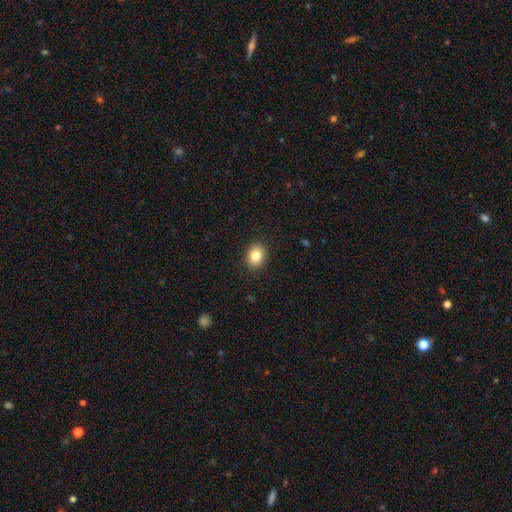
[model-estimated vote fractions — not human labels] This appears to be a smooth galaxy with no disk features (84%) that is in between round and cigar-shaped (50%). Merging: none (90%).